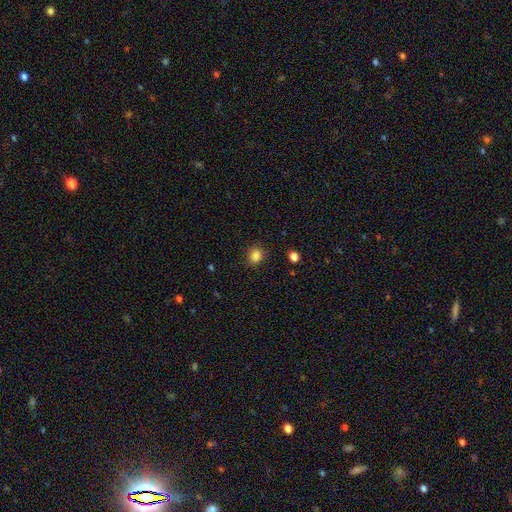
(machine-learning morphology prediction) smooth 85%, star or artifact 12%, featured or disk 4%. Down the decision tree: how rounded — round (76%); merging — none (86%).